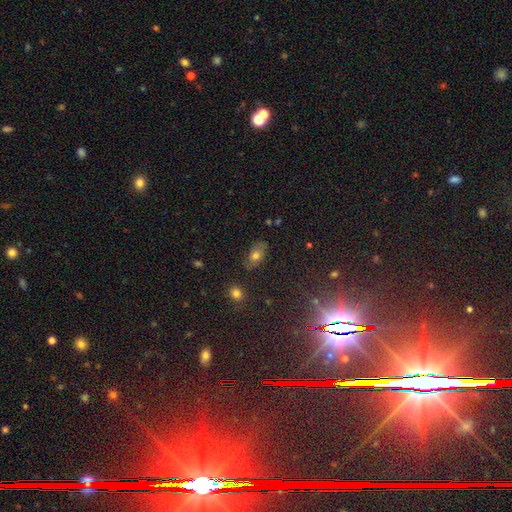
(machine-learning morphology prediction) Smooth or featured?
  - smooth: 64% *
  - featured or disk: 22%
  - star or artifact: 14%
How rounded?
  - in between: 88% *
  - round: 9%
  - cigar-shaped: 3%
Merging?
  - none: 78% *
  - minor disturbance: 16%
  - major disturbance: 4%
  - merger: 2%